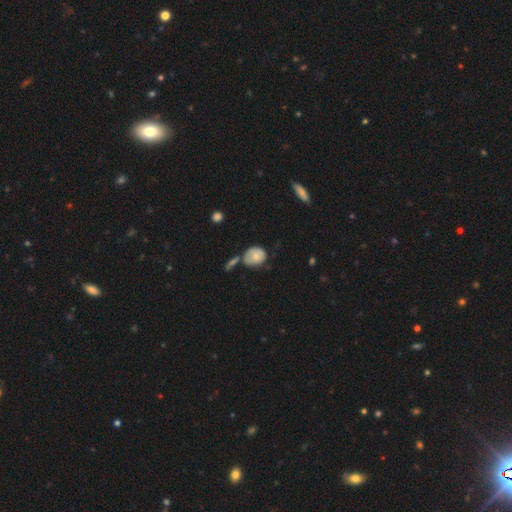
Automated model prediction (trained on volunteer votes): A smooth galaxy with no disk features (74%) that is round (61%). Merging: none (43%).